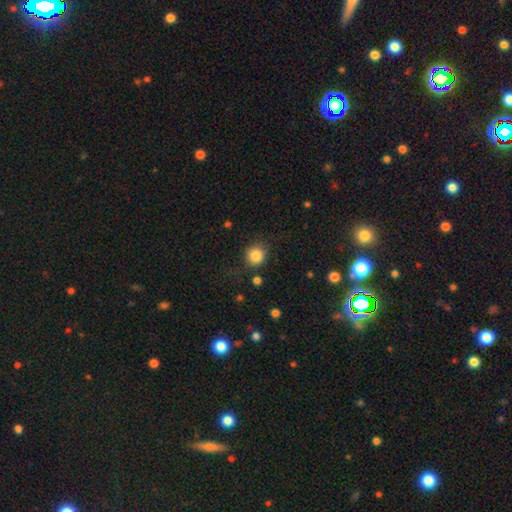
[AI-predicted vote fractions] This appears to be a smooth galaxy with no disk features (84%) that is round (88%). Merging: none (77%).